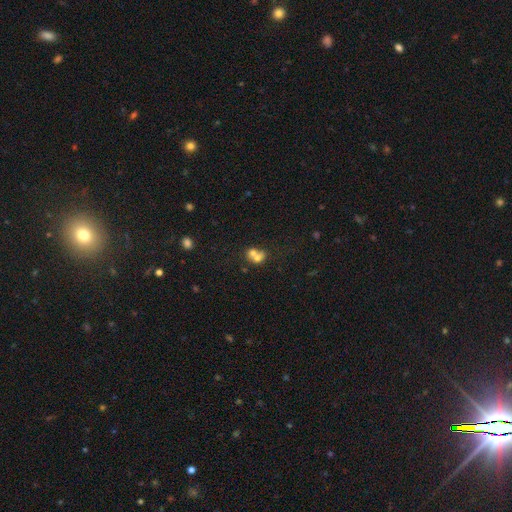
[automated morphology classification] smooth-or-featured: smooth: 64% | featured or disk: 23% | star or artifact: 13%
  how-rounded: round: 62% | in between: 37% | cigar-shaped: 1%
  merging: merger: 68% | none: 22% | minor disturbance: 6% | major disturbance: 4%